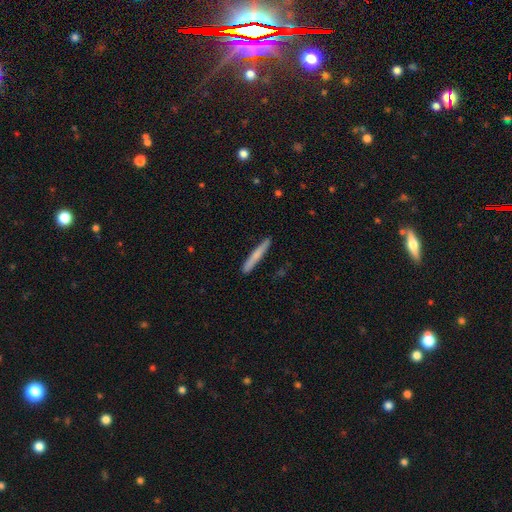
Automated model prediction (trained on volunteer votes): smooth 65%, featured or disk 29%, star or artifact 6%. Down the decision tree: how rounded — cigar-shaped (96%); merging — none (89%).